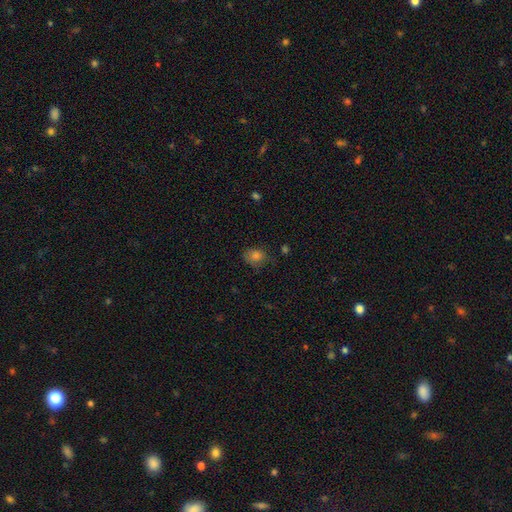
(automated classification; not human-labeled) Smooth or featured: smooth — 75% (star or artifact — 15%)
How rounded: in between — 55% (round — 43%)
Merging: none — 67% (minor disturbance — 24%)